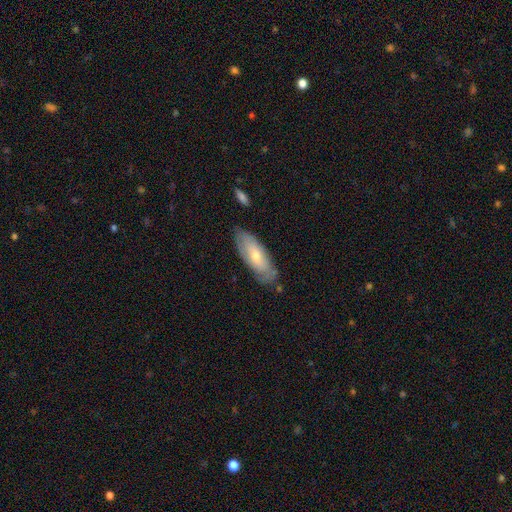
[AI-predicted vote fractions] Q: Smooth or featured?
A: smooth (48%); runner-up: featured or disk (46%)
Q: Merging?
A: none (76%); runner-up: minor disturbance (18%)